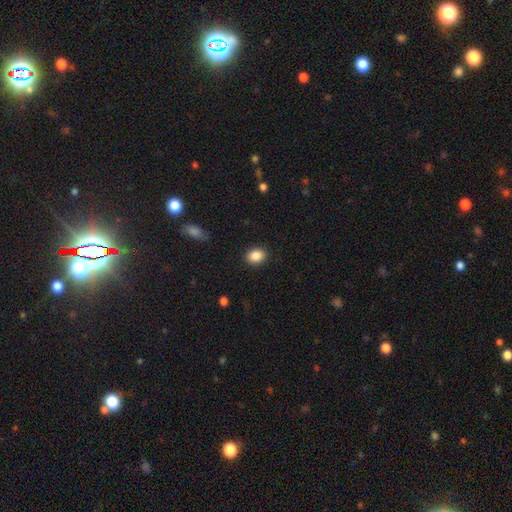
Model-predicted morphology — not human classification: Q: Smooth or featured?
A: smooth (88%); runner-up: star or artifact (8%)
Q: How rounded?
A: in between (59%); runner-up: round (40%)
Q: Merging?
A: none (89%); runner-up: minor disturbance (8%)